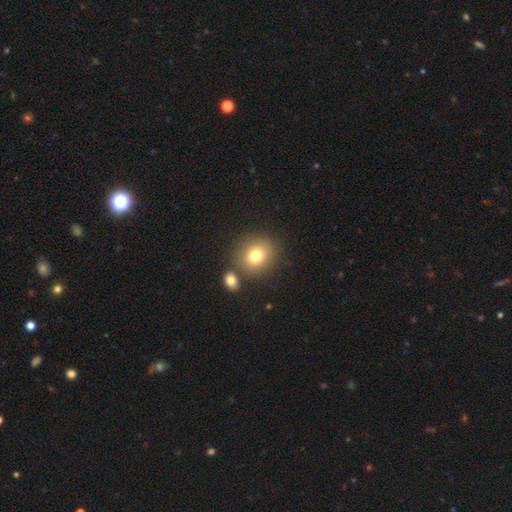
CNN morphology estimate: This is likely a smooth galaxy (77%). How rounded: clearly round (81%). Merging: likely none (74%).